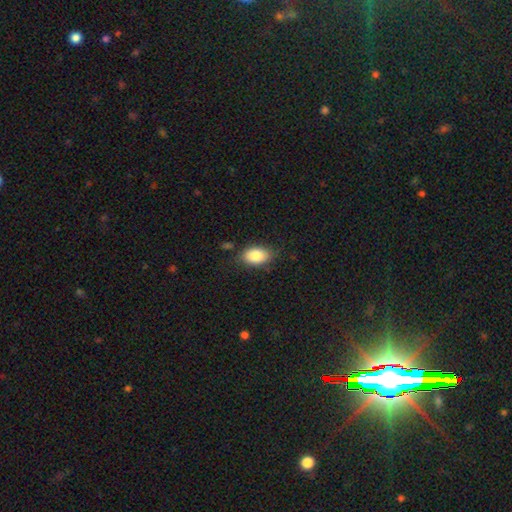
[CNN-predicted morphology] smooth-or-featured: smooth: 84% | featured or disk: 8% | star or artifact: 7%
  how-rounded: in between: 87% | round: 12% | cigar-shaped: 2%
  merging: none: 78% | minor disturbance: 16% | major disturbance: 4% | merger: 2%